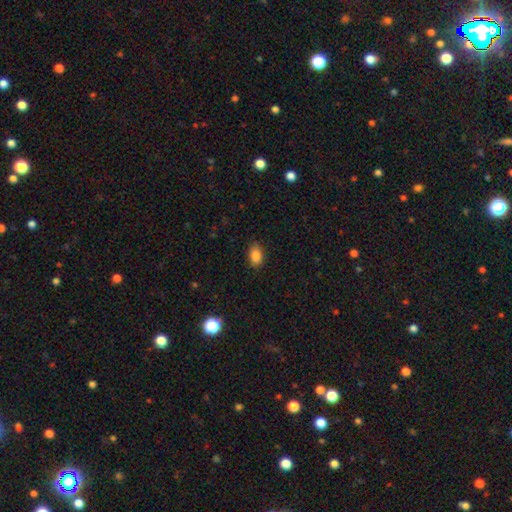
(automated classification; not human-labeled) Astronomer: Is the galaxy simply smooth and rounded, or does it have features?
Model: smooth — 86%.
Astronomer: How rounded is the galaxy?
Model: in between — 89%.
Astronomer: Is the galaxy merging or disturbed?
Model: none — 86%.